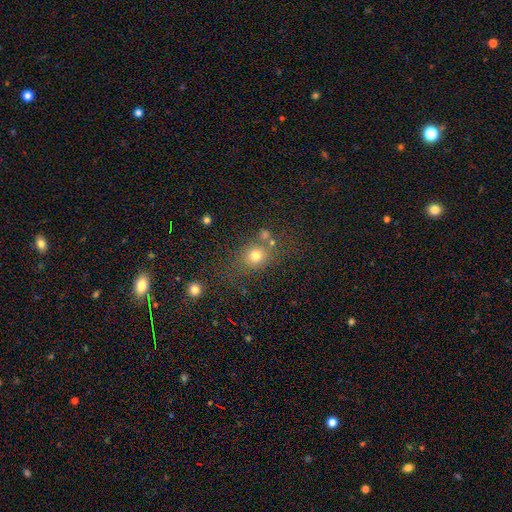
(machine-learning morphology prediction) smooth-or-featured: smooth: 73% | star or artifact: 17% | featured or disk: 10%
  how-rounded: round: 70% | in between: 28% | cigar-shaped: 1%
  merging: none: 66% | minor disturbance: 14% | merger: 12% | major disturbance: 8%